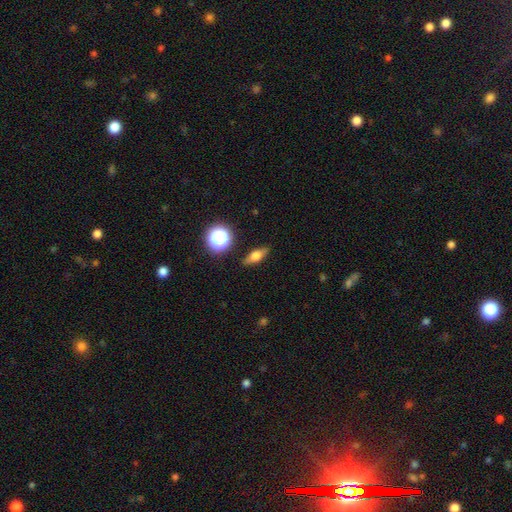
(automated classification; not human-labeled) smooth 51%, featured or disk 38%, star or artifact 11%. Down the decision tree: how rounded — in between (52%); merging — none (86%).